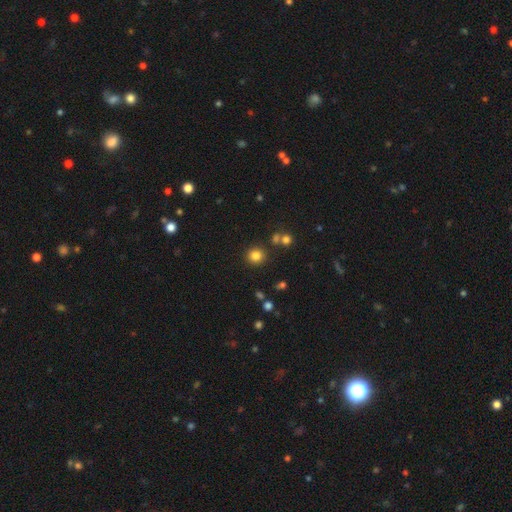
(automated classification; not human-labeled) Smooth or featured?
  - smooth: 81% *
  - star or artifact: 14%
  - featured or disk: 6%
How rounded?
  - round: 91% *
  - in between: 8%
  - cigar-shaped: 1%
Merging?
  - none: 85% *
  - minor disturbance: 7%
  - merger: 5%
  - major disturbance: 3%